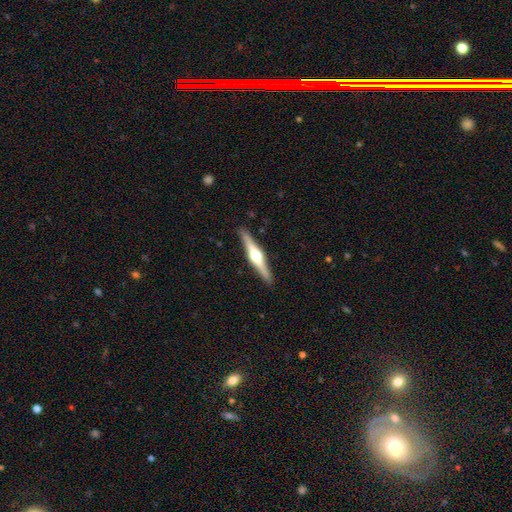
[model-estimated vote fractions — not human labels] Morphology: type=featured or disk (78%); edge-on=yes (98%); edge-on bulge=rounded (95%); merging=none (91%).